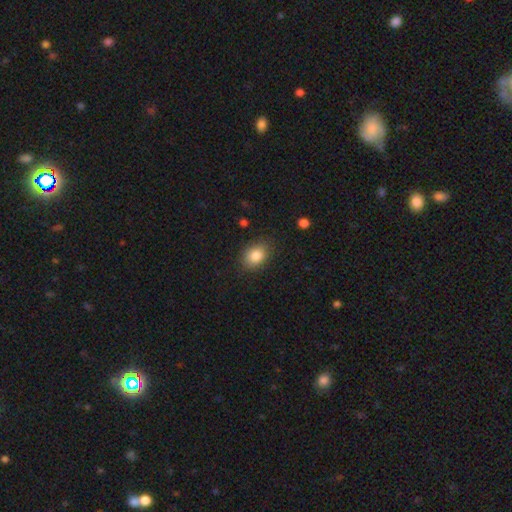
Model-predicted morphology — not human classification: type=smooth (85%); roundness=in between (67%); merging=none (84%).